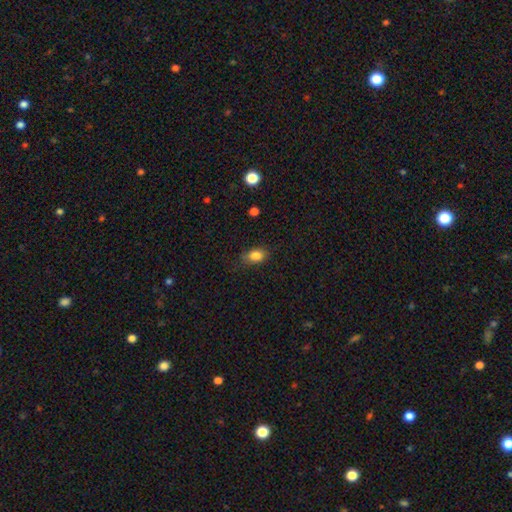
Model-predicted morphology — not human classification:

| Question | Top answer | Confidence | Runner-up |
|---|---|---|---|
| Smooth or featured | smooth | 83% | star or artifact (10%) |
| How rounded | in between | 77% | round (21%) |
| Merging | none | 72% | minor disturbance (21%) |